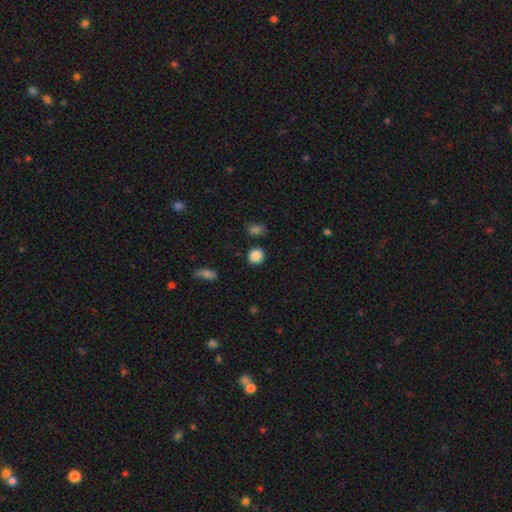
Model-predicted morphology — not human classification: This appears to be a smooth galaxy with no disk features (87%) that is round (84%). Merging: none (85%).